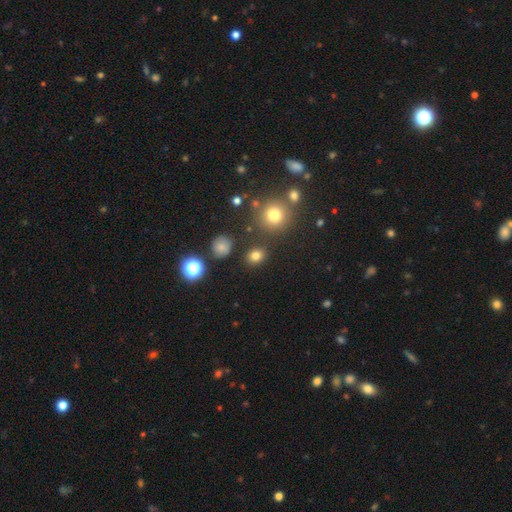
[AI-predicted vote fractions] Overall: smooth (78%). How rounded: round (65%; in between 34%). Merging: none (84%).